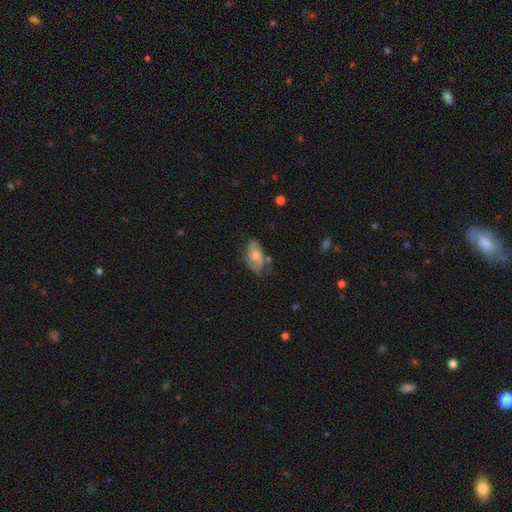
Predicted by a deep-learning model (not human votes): This is possibly a featured or disk galaxy (53%). It is clearly not viewed edge-on (92%). Merging: possibly none (57%).